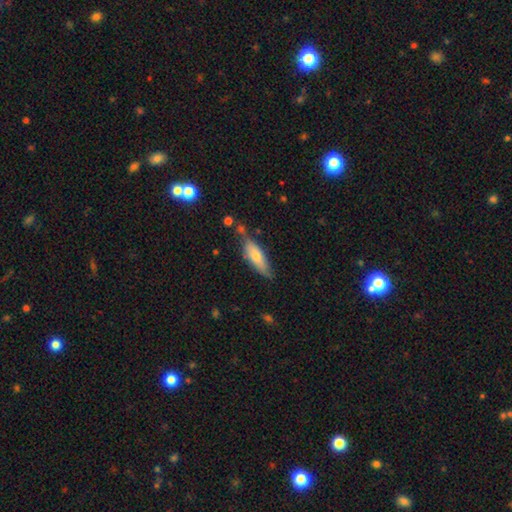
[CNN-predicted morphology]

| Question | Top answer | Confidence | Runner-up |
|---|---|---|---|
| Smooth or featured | smooth | 65% | featured or disk (29%) |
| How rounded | in between | 53% | cigar-shaped (45%) |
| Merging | none | 66% | minor disturbance (24%) |